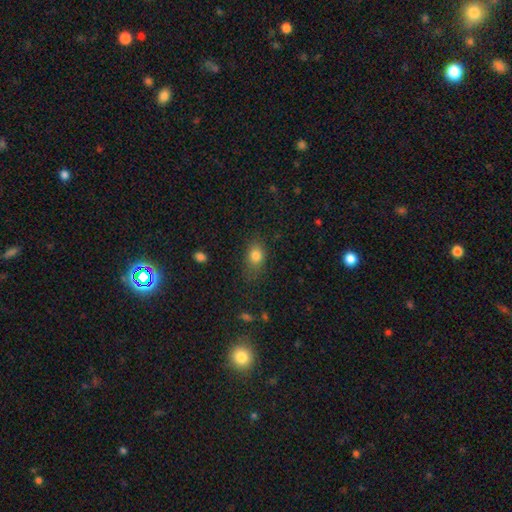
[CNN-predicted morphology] type=smooth (82%); roundness=in between (67%); merging=none (71%).